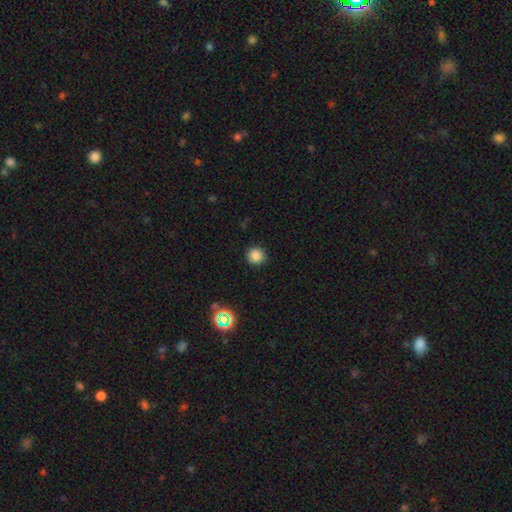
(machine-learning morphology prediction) Q: Smooth or featured?
A: smooth (83%); runner-up: star or artifact (13%)
Q: How rounded?
A: round (93%); runner-up: in between (6%)
Q: Merging?
A: none (90%); runner-up: minor disturbance (7%)